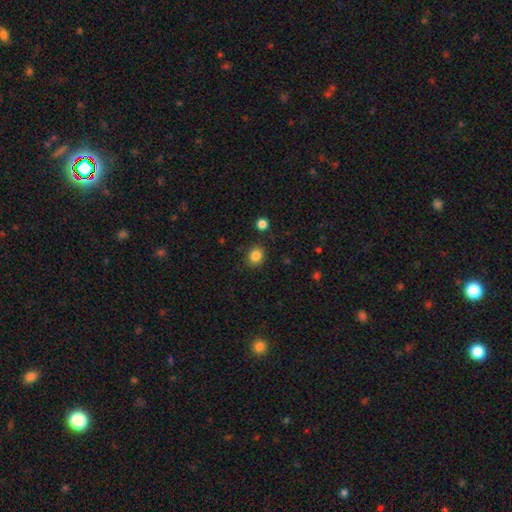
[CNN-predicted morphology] type=smooth (84%); roundness=round (77%); merging=none (86%).